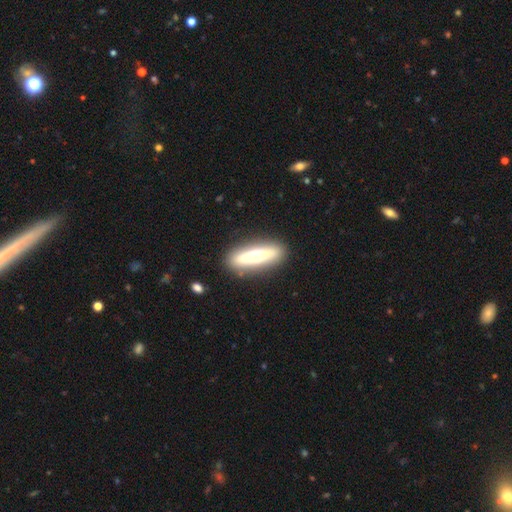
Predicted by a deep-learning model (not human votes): Morphology: type=featured or disk (52%); edge-on=yes (84%); merging=none (87%).